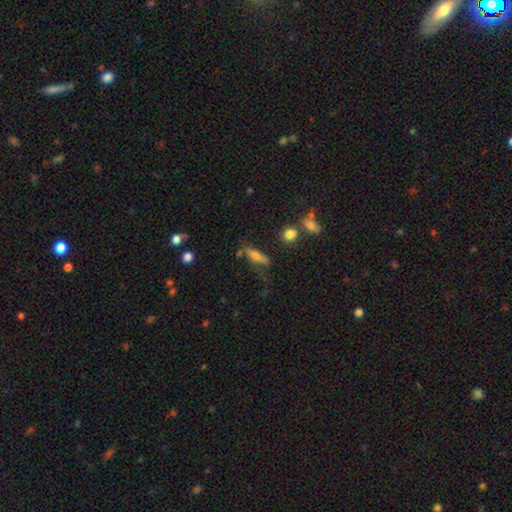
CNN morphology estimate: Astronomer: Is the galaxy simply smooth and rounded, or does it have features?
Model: smooth — 61%.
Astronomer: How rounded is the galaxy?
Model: cigar-shaped — 62%.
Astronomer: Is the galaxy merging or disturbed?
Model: none — 55%.